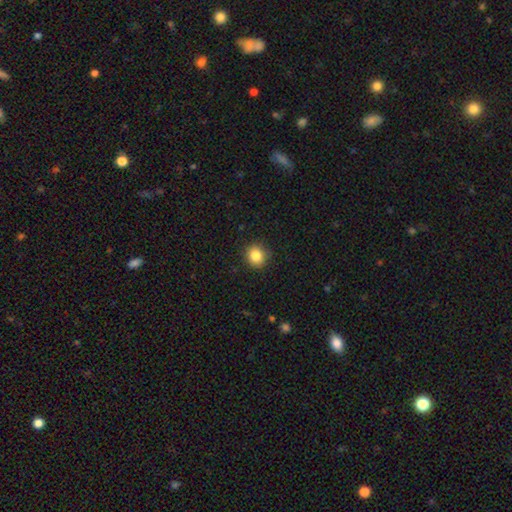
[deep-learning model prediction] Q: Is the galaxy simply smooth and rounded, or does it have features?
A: smooth — 85%.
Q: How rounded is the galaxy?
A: round — 84%.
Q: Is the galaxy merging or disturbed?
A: none — 89%.